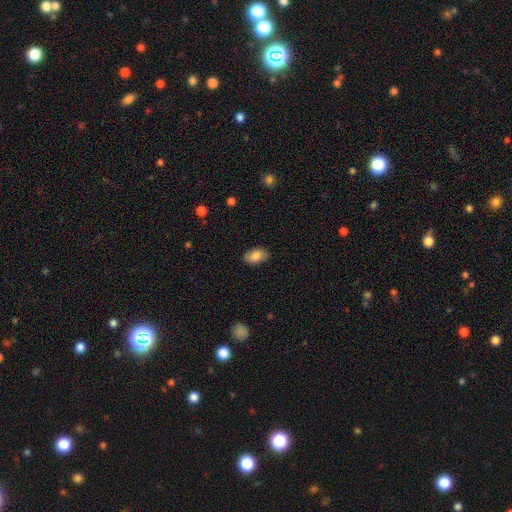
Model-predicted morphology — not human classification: A smooth galaxy with no disk features (83%) that is in between round and cigar-shaped (91%).

Vote fractions:
- Smooth or featured? smooth: 83% / featured or disk: 10% / star or artifact: 7%
- How rounded? in between: 91% / round: 8% / cigar-shaped: 1%
- Merging? none: 85% / minor disturbance: 11% / major disturbance: 3% / merger: 1%